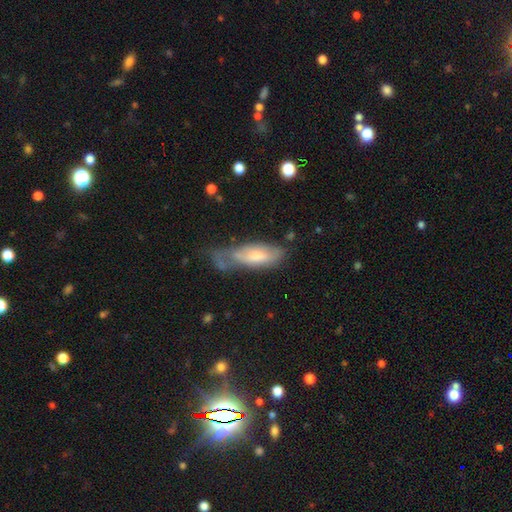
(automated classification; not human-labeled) This is likely a smooth galaxy (60%). How rounded: likely in between (65%). Merging: marginally minor disturbance (35%).